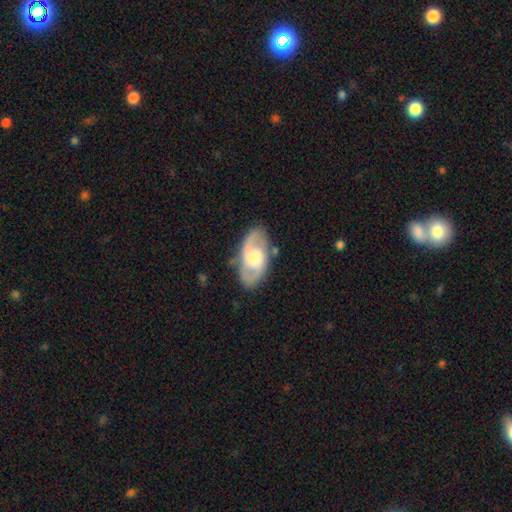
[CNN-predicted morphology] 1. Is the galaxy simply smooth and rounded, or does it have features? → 74% featured or disk, 21% smooth, 5% star or artifact.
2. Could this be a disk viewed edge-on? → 94% no, 6% yes.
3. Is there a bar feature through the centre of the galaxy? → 54% no, 37% weak, 9% strong.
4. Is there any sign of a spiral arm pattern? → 86% yes, 14% no.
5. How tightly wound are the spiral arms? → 50% medium, 27% loose, 23% tight.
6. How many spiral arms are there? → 87% 2, 7% can't tell, 2% 1, 1% 3, 1% 4, 1% more than 4.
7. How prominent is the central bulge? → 48% moderate, 34% large, 12% small, 3% none, 3% dominant.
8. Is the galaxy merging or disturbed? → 79% none, 14% minor disturbance, 5% major disturbance, 2% merger.